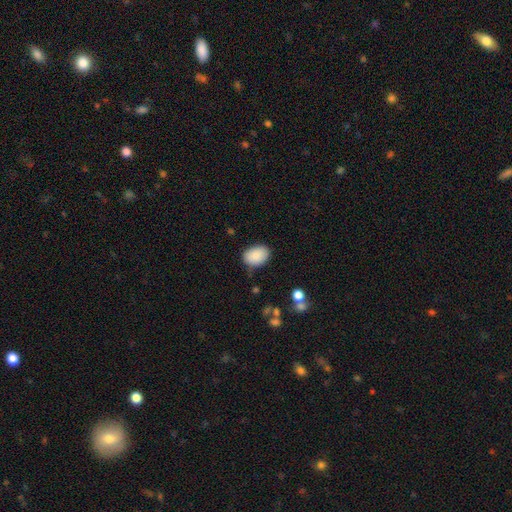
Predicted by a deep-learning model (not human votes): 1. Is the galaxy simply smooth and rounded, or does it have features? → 89% smooth, 7% star or artifact, 4% featured or disk.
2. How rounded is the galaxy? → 83% in between, 16% round, 1% cigar-shaped.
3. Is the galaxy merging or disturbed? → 80% none, 15% minor disturbance, 3% major disturbance, 2% merger.